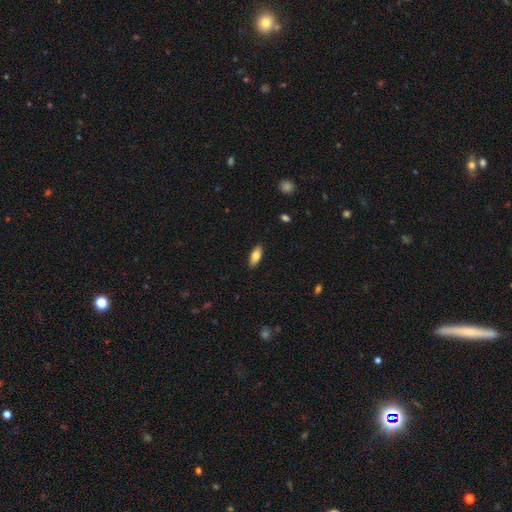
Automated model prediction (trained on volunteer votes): Smooth or featured? smooth (79%)
How rounded? in between (82%)
Merging? none (89%)